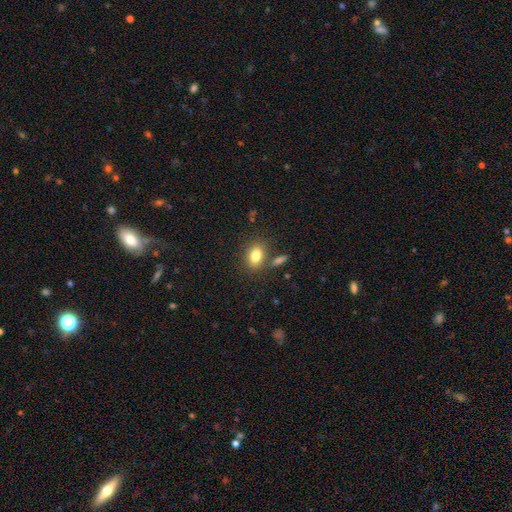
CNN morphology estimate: This is clearly a smooth galaxy (81%). How rounded: likely in between (77%). Merging: likely none (74%).